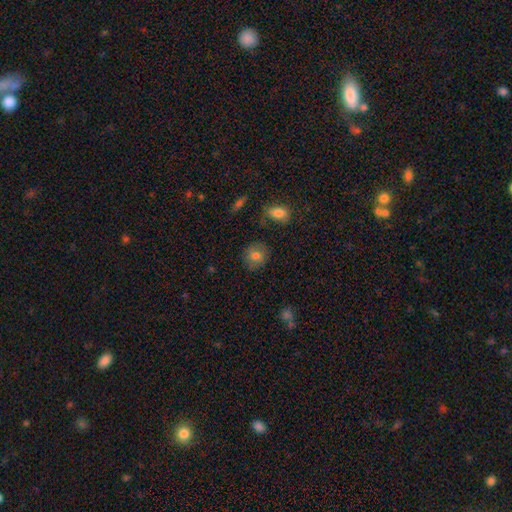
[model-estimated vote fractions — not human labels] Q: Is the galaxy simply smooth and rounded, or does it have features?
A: smooth — 78%.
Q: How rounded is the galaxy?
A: round — 81%.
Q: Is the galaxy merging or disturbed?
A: none — 82%.